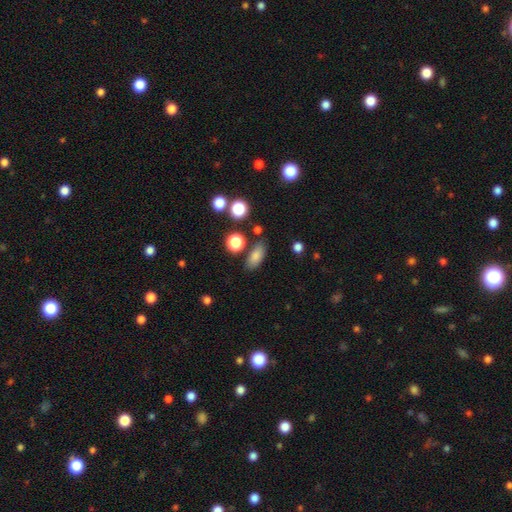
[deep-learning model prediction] This appears to be a smooth galaxy with no disk features (81%) that is in between round and cigar-shaped (81%). Merging: none (76%).